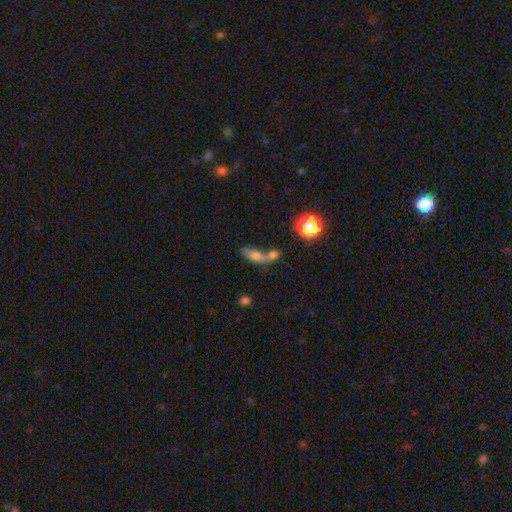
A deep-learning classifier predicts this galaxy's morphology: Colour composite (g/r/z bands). It shows a smooth galaxy with no disk features (68%) that is in between round and cigar-shaped (60%). Merging: merger (57%).